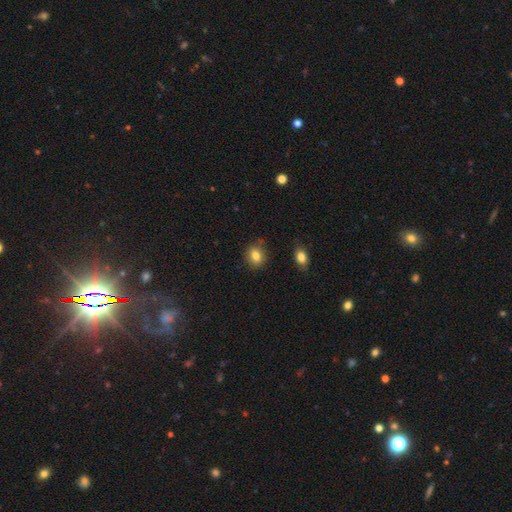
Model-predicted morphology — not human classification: This appears to be a smooth galaxy with no disk features (83%) that is round (62%). Merging: none (84%).